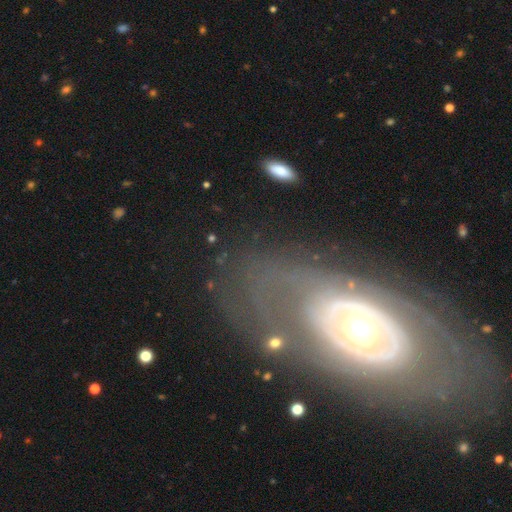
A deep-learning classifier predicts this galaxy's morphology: Q: Smooth or featured?
A: featured or disk (75%); runner-up: smooth (17%)
Q: Edge-on disk?
A: no (91%); runner-up: yes (9%)
Q: Bar?
A: no (76%); runner-up: weak (14%)
Q: Spiral arms?
A: no (64%); runner-up: yes (36%)
Q: Bulge size?
A: moderate (66%); runner-up: small (15%)
Q: Merging?
A: none (69%); runner-up: minor disturbance (15%)